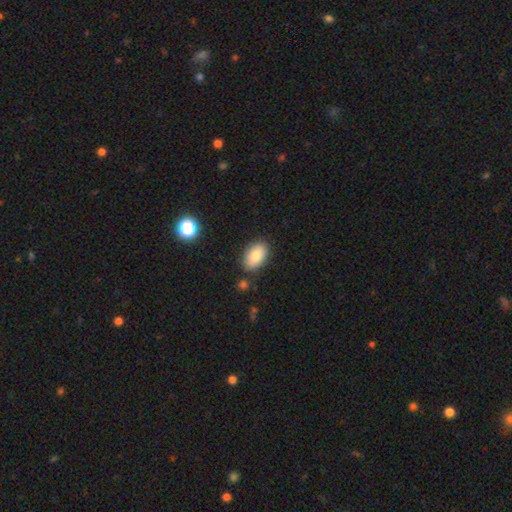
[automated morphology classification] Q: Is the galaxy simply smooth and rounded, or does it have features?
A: smooth — 85%.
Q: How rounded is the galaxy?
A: in between — 93%.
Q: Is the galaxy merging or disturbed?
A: none — 83%.